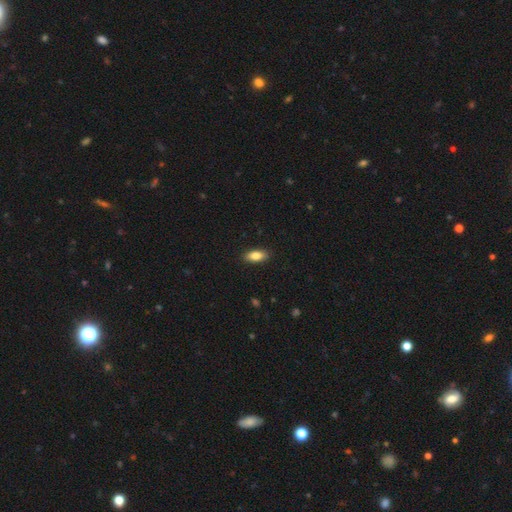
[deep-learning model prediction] The model was most divided on "how rounded": in between: 86%, cigar-shaped: 11%, round: 3%. More confident: merging — none (89%); smooth or featured — smooth (86%).